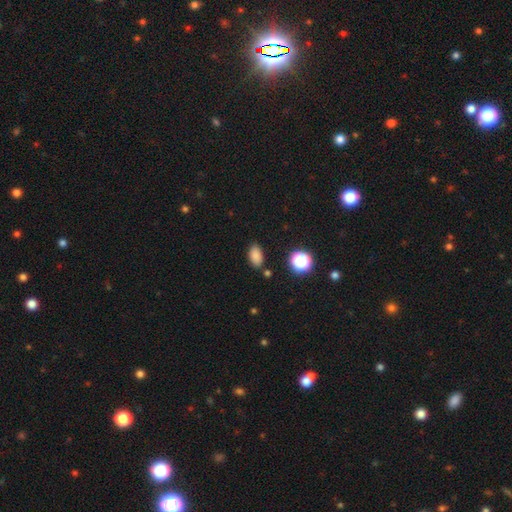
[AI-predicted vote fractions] smooth 83%, star or artifact 12%, featured or disk 5%. Down the decision tree: how rounded — in between (90%); merging — none (84%).